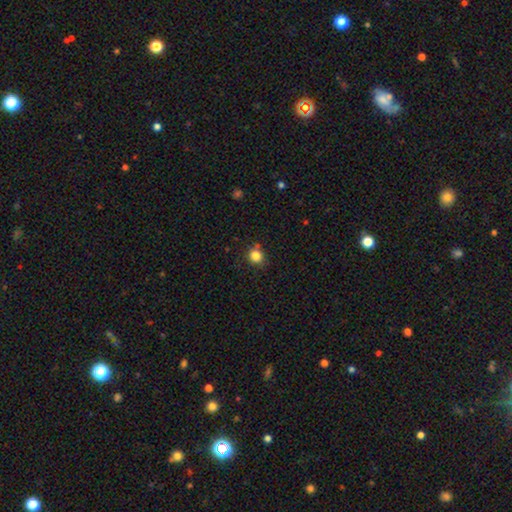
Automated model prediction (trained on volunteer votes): Morphology: type=smooth (83%); roundness=round (84%); merging=none (78%).